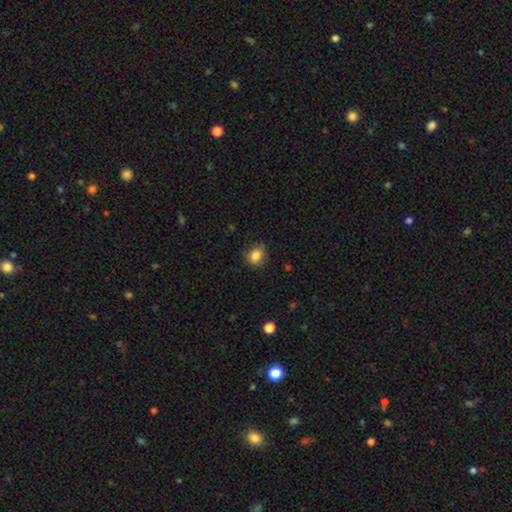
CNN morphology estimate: Smooth or featured? Predicted: smooth (p=0.85). How rounded? Predicted: round (p=0.65). Merging? Predicted: none (p=0.81).